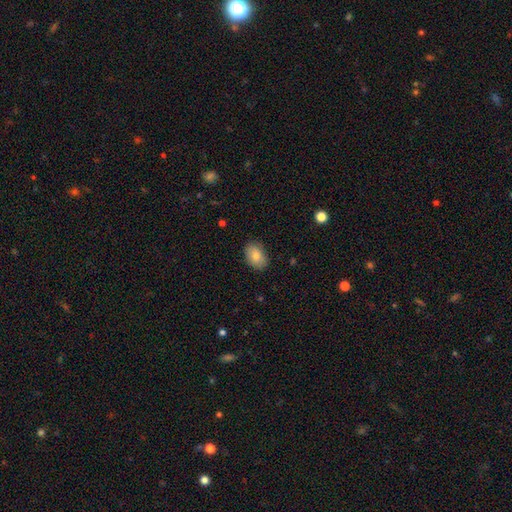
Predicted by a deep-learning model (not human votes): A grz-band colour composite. It shows a smooth galaxy with no disk features (82%) that is in between round and cigar-shaped (85%). Merging: none (85%).